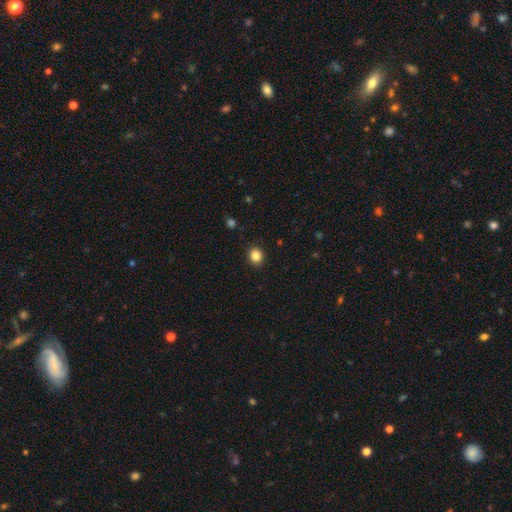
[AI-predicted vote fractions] Q: Smooth or featured?
A: smooth (85%); runner-up: star or artifact (11%)
Q: How rounded?
A: round (71%); runner-up: in between (28%)
Q: Merging?
A: none (91%); runner-up: minor disturbance (6%)